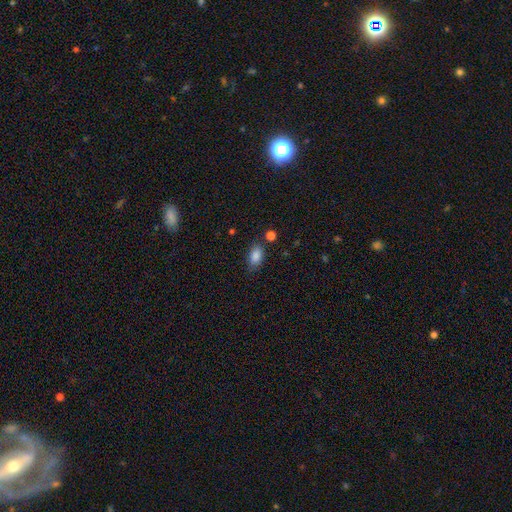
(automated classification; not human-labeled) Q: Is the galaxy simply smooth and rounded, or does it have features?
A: smooth — 86%.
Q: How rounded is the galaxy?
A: in between — 90%.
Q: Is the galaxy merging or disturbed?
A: none — 75%.